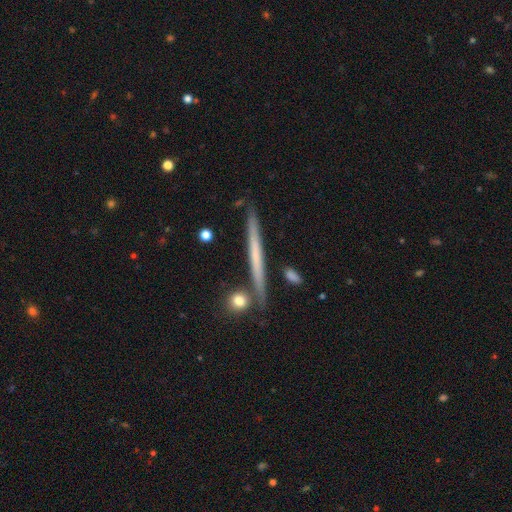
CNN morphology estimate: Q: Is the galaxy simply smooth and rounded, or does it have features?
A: featured or disk — 54%.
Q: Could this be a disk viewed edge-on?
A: yes — 96%.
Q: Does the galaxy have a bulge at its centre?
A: none — 88%.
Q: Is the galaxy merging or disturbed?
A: none — 86%.